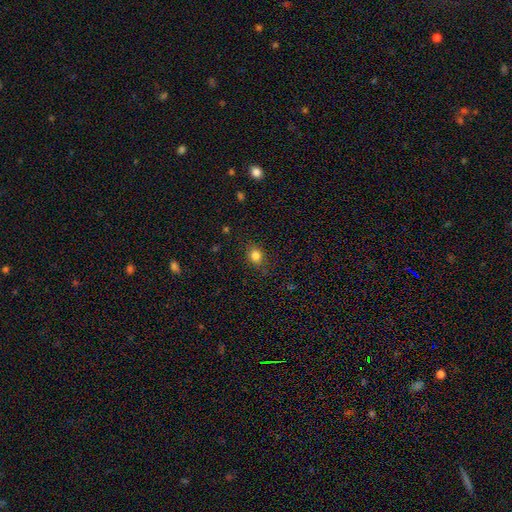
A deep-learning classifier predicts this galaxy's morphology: A smooth galaxy with no disk features (82%) that is round (60%).

Vote fractions:
- Smooth or featured? smooth: 82% / star or artifact: 12% / featured or disk: 6%
- How rounded? round: 60% / in between: 39% / cigar-shaped: 1%
- Merging? none: 84% / minor disturbance: 12% / major disturbance: 3% / merger: 1%